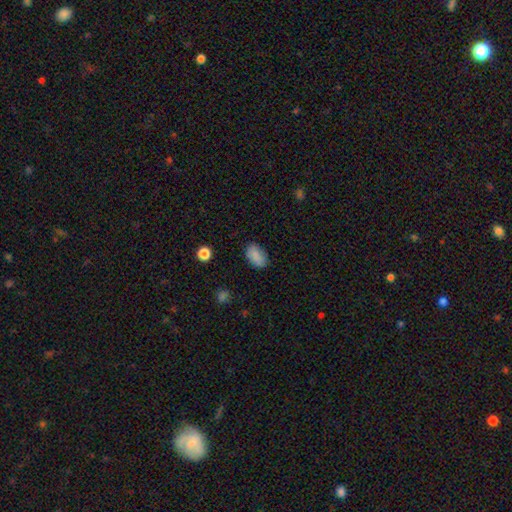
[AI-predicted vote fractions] This is clearly a smooth galaxy (86%). How rounded: clearly in between (91%). Merging: clearly none (83%).